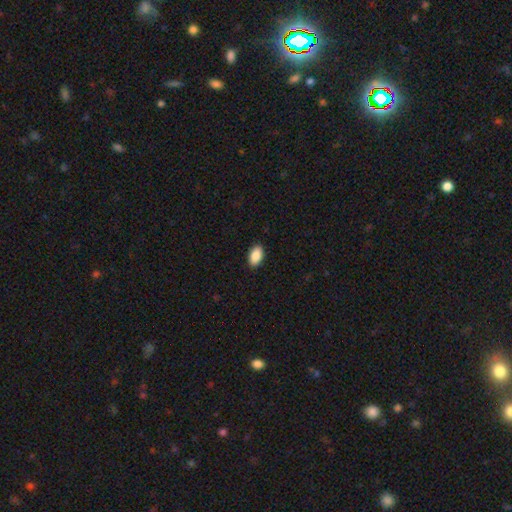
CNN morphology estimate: Smooth or featured? Predicted: smooth (p=0.89). How rounded? Predicted: in between (p=0.94). Merging? Predicted: none (p=0.90).